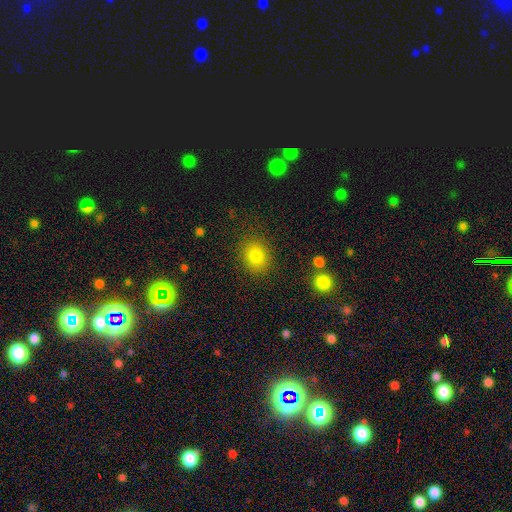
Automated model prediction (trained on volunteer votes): Morphology: type=smooth (82%); roundness=round (61%); merging=none (85%).